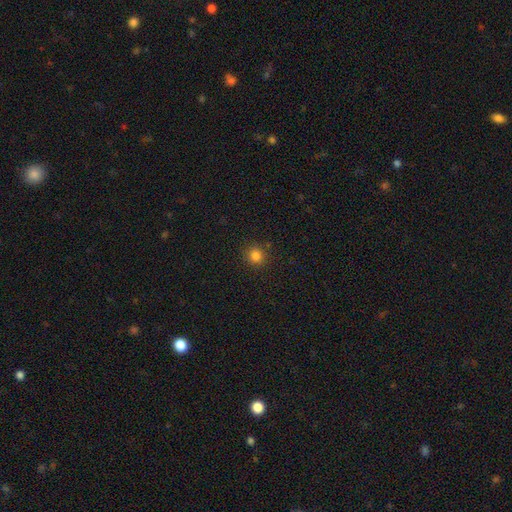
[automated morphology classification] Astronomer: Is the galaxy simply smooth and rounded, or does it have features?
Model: smooth — 82%.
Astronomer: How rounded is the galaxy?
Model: round — 90%.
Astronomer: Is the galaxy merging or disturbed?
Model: none — 88%.